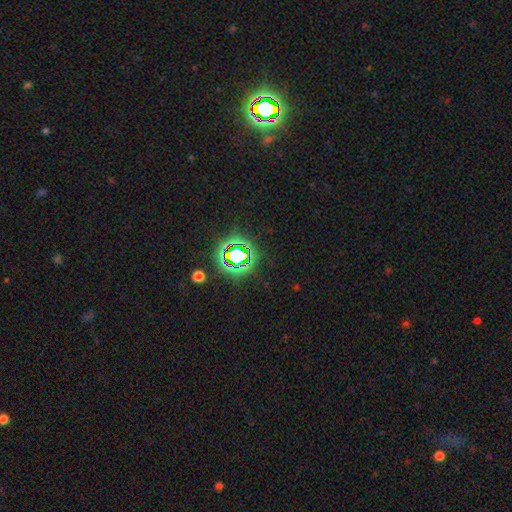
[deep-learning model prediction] A star or artifact, not a galaxy (80%).

Vote fractions:
- Smooth or featured? star or artifact: 80% / smooth: 12% / featured or disk: 8%